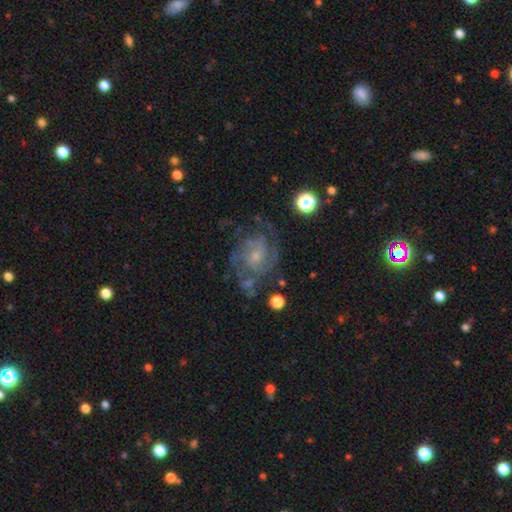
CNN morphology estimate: The model was most divided on "spiral arm count": 2: 32%, can't tell: 29%, 3: 21%, 4: 8%, 1: 5%, more than 4: 5%. Remaining: edge-on disk — no (98%); spiral arms — yes (93%); smooth or featured — featured or disk (82%); bulge size — small (66%); merging — none (66%); bar — no (56%); spiral winding — tight (50%).